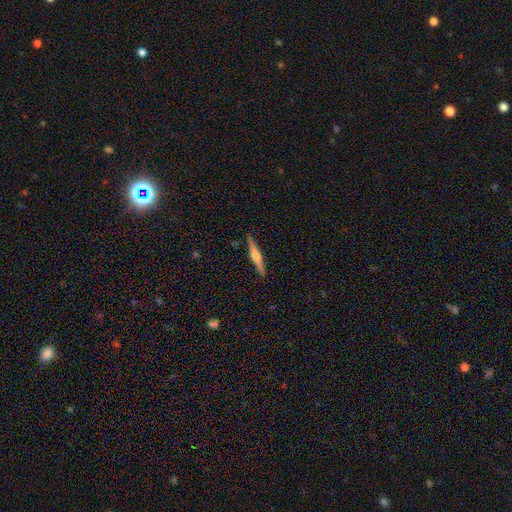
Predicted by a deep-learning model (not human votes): The model was most divided on "smooth or featured": featured or disk: 56%, smooth: 39%, star or artifact: 6%. More confident: edge-on disk — yes (97%); merging — none (89%); edge-on bulge — rounded (74%).